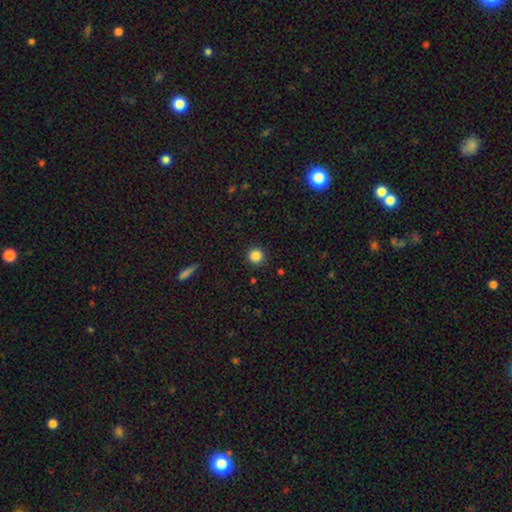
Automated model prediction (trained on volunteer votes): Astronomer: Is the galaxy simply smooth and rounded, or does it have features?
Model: smooth — 85%.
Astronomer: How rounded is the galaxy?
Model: round — 95%.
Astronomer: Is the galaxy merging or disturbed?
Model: none — 91%.